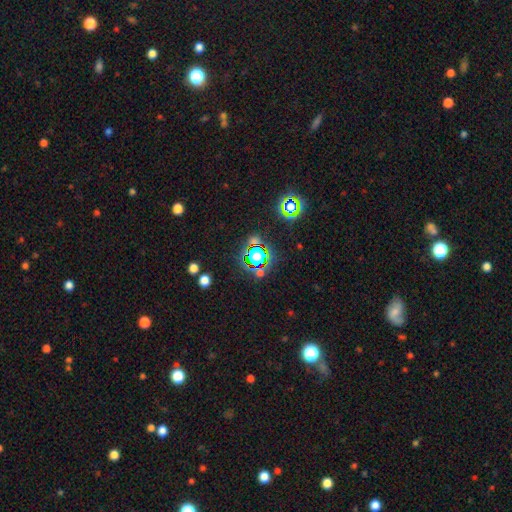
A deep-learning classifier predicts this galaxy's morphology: Smooth or featured? Predicted: star or artifact (p=0.59).